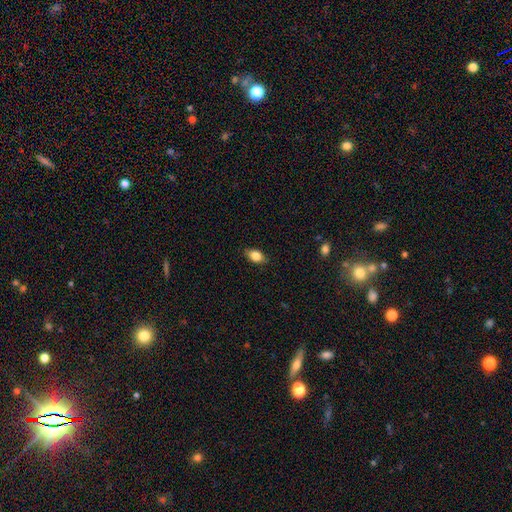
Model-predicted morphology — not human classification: smooth-or-featured: smooth: 83% | featured or disk: 9% | star or artifact: 8%
  how-rounded: in between: 86% | round: 11% | cigar-shaped: 3%
  merging: none: 85% | minor disturbance: 12% | major disturbance: 2% | merger: 1%